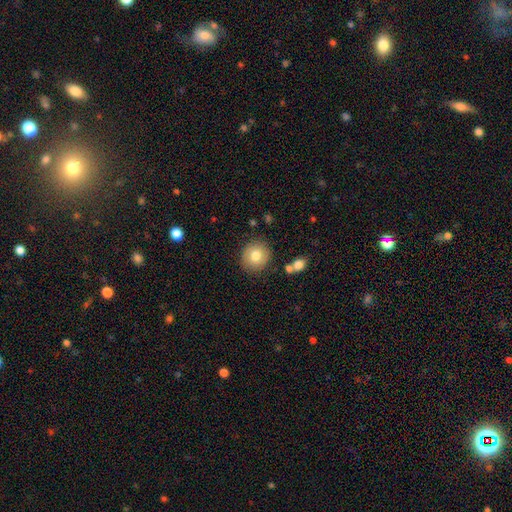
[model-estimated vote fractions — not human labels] Smooth or featured? smooth (78%)
How rounded? round (86%)
Merging? none (85%)